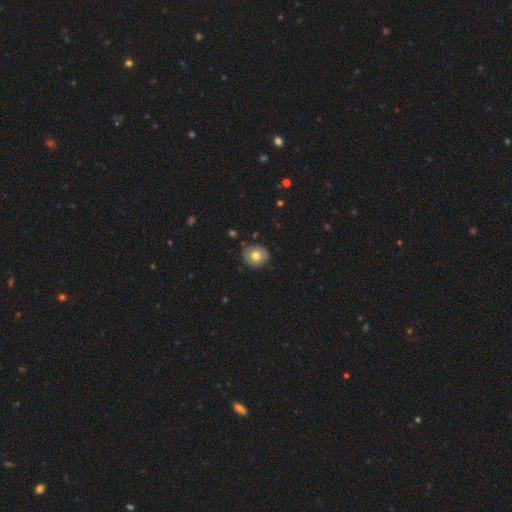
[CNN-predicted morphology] smooth_or_featured: smooth (p=0.76) [alt: featured or disk p=0.15]
how_rounded: round (p=0.87) [alt: in between p=0.12]
merging: none (p=0.85) [alt: minor disturbance p=0.12]